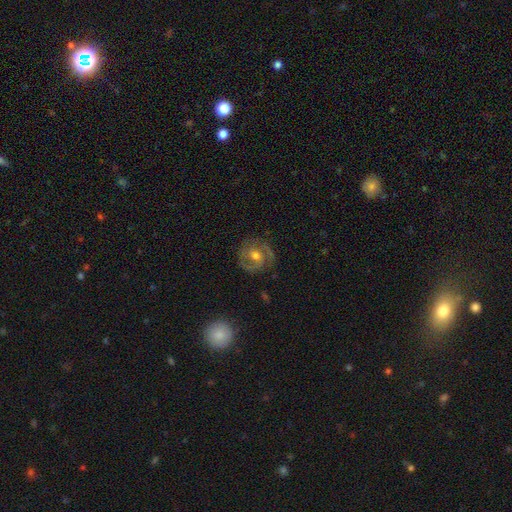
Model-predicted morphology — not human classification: Overall: featured or disk (78%). Edge-on disk: no (97%). Bar: no (54%; weak 37%). Spiral arms: yes (92%). Spiral arm count: 2 (69%). Spiral winding: medium (45%; tight 42%). Bulge size: moderate (72%). Merging: none (77%).